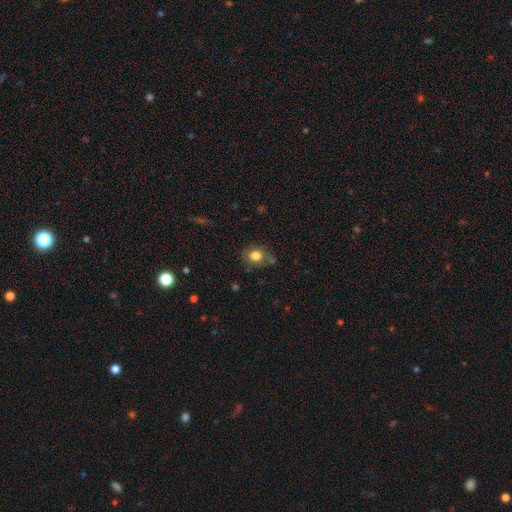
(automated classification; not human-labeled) Smooth or featured? smooth (81%)
How rounded? round (63%)
Merging? none (71%)